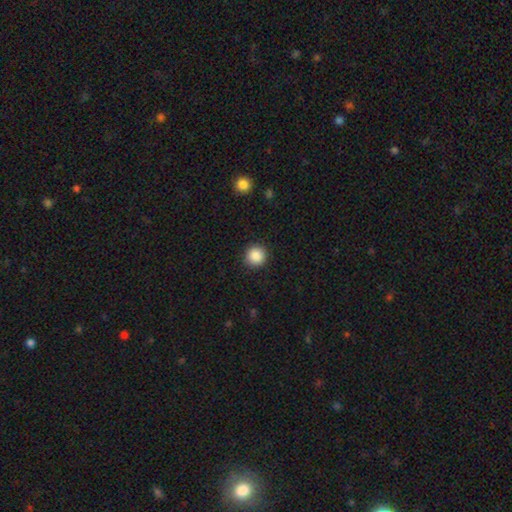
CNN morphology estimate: This appears to be a smooth galaxy with no disk features (88%) that is round (95%). Merging: none (91%).